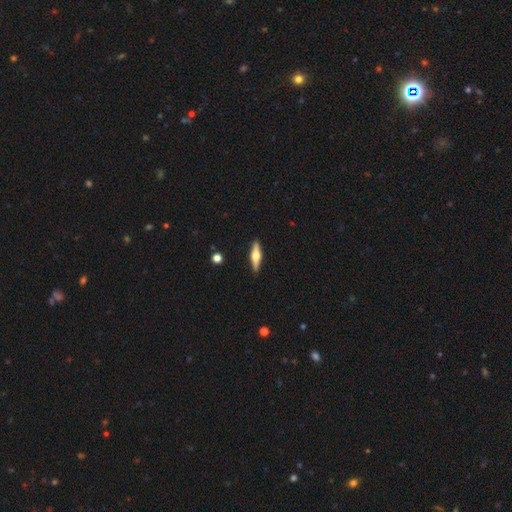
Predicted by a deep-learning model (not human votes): Overall: featured or disk (61%; smooth 34%). Edge-on disk: yes (96%). Edge-on bulge: rounded (93%). Merging: none (90%).